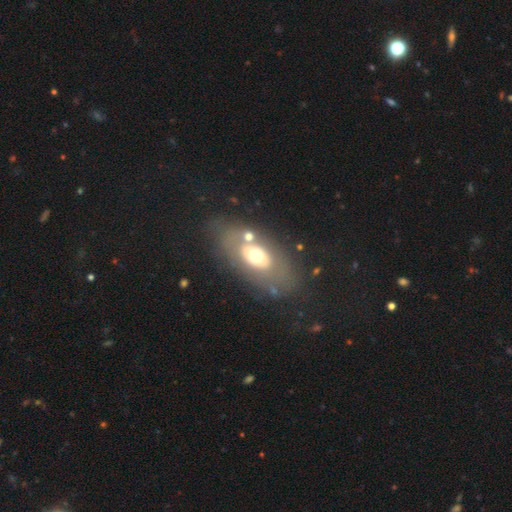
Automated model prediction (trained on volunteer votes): Morphology: type=smooth (47%); merging=none (68%).